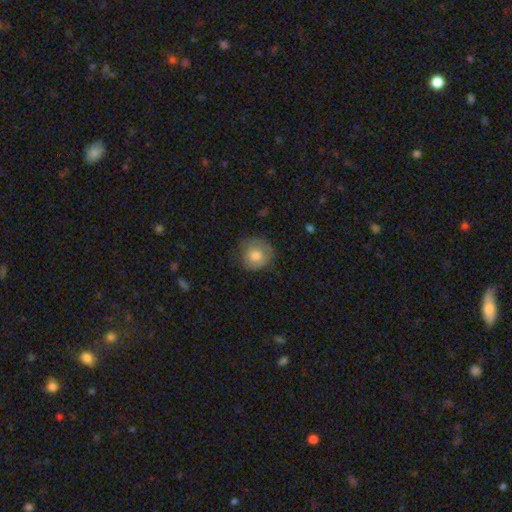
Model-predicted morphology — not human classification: The model was most divided on "merging": none: 66%, minor disturbance: 24%, major disturbance: 9%, merger: 1%. More confident: how rounded — round (84%); smooth or featured — smooth (69%).